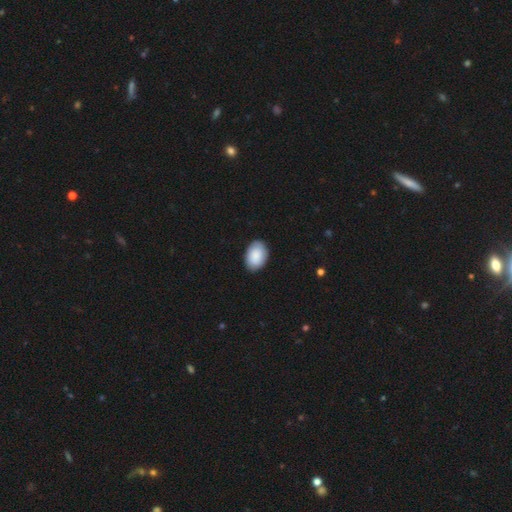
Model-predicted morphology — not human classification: Smooth or featured: smooth — 89% (star or artifact — 5%)
How rounded: in between — 87% (round — 12%)
Merging: none — 87% (minor disturbance — 10%)